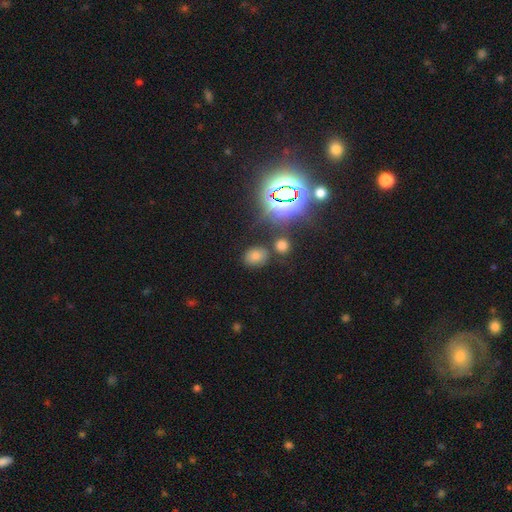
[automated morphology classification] smooth_or_featured: smooth (p=0.56) [alt: star or artifact p=0.34]
how_rounded: in between (p=0.62) [alt: round p=0.37]
merging: none (p=0.78) [alt: minor disturbance p=0.11]